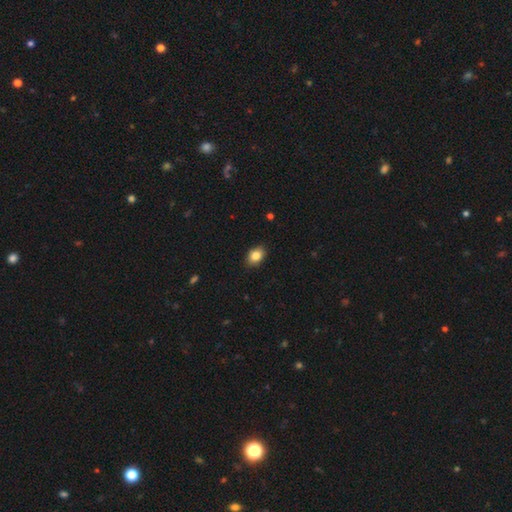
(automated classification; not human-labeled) A smooth galaxy with no disk features (84%) that is in between round and cigar-shaped (77%).

Vote fractions:
- Smooth or featured? smooth: 84% / star or artifact: 9% / featured or disk: 8%
- How rounded? in between: 77% / round: 21% / cigar-shaped: 1%
- Merging? none: 87% / minor disturbance: 10% / major disturbance: 2% / merger: 1%